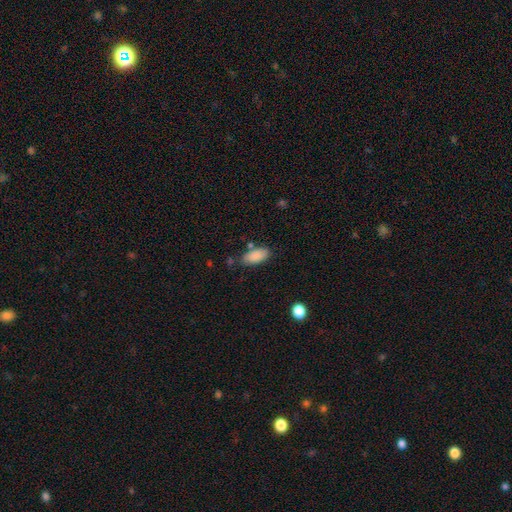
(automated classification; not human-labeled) Smooth or featured? Predicted: smooth (p=0.88). How rounded? Predicted: in between (p=0.90). Merging? Predicted: none (p=0.74).